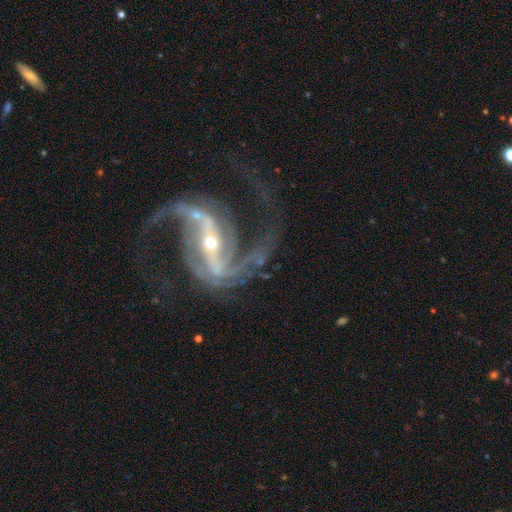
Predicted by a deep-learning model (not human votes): Smooth or featured? featured or disk (93%)
Edge-on disk? no (97%)
Bar? strong (74%)
Spiral arms? yes (98%)
Spiral winding? medium (48%)
Spiral arm count? 2 (89%)
Bulge size? small (63%)
Merging? none (67%)